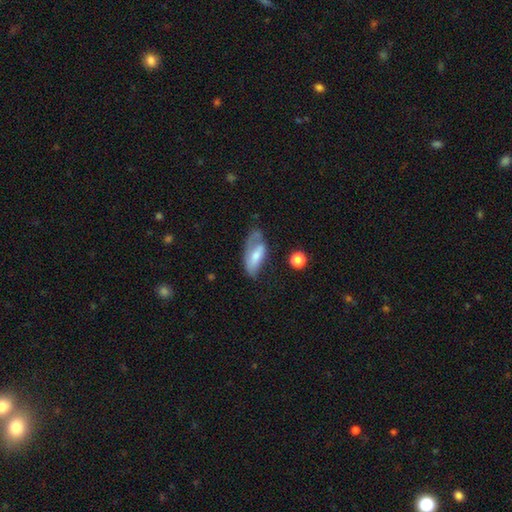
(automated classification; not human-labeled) Morphology: type=smooth (53%); roundness=in between (83%); merging=major disturbance (33%).